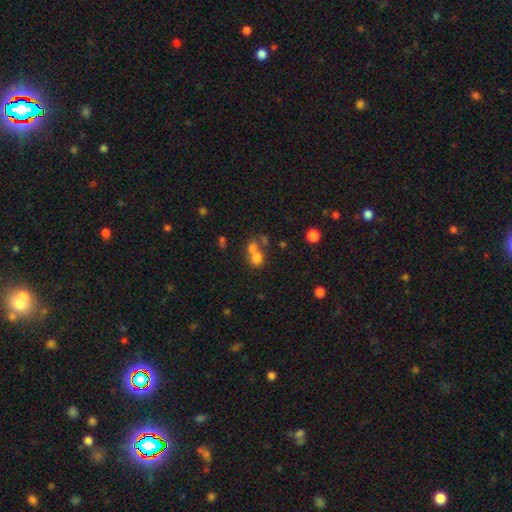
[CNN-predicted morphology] Overall: smooth (71%). How rounded: round (71%). Merging: merger (56%; none 33%).